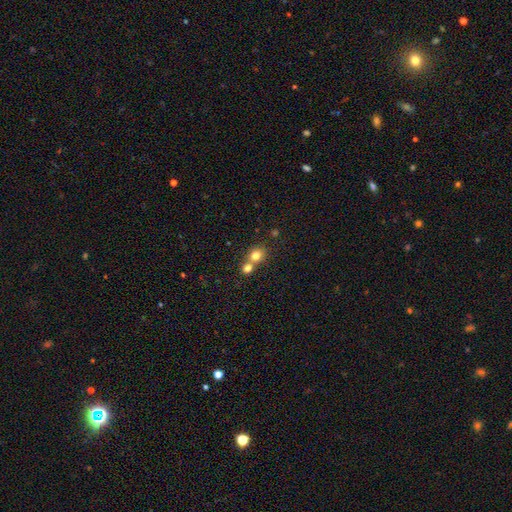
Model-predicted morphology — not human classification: This is likely a smooth galaxy (77%). How rounded: likely round (75%). Merging: possibly merger (52%).